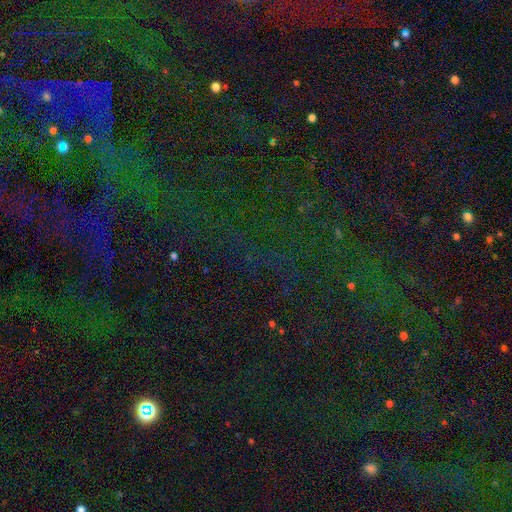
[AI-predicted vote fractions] Smooth or featured: star or artifact — 80% (smooth — 11%)